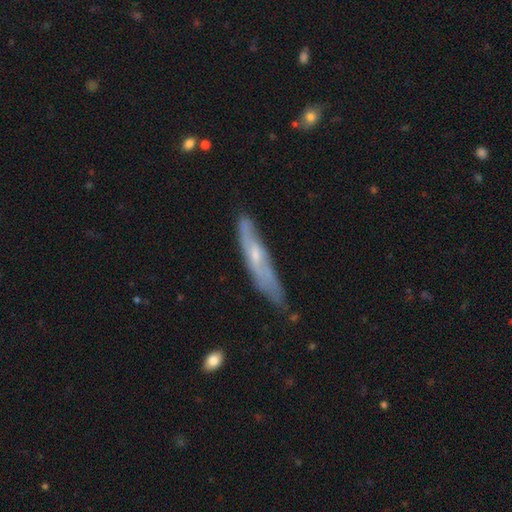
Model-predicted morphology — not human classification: smooth_or_featured: featured or disk (p=0.59) [alt: smooth p=0.35]
disk_edge_on: yes (p=0.65) [alt: no p=0.35]
merging: none (p=0.62) [alt: minor disturbance p=0.29]